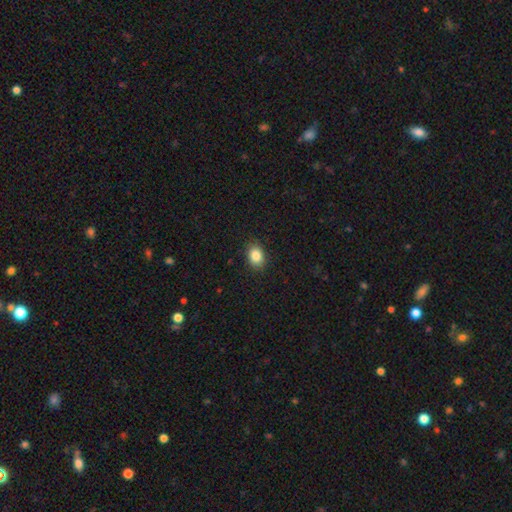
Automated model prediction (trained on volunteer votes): Morphology: type=smooth (85%); roundness=in between (65%); merging=none (88%).